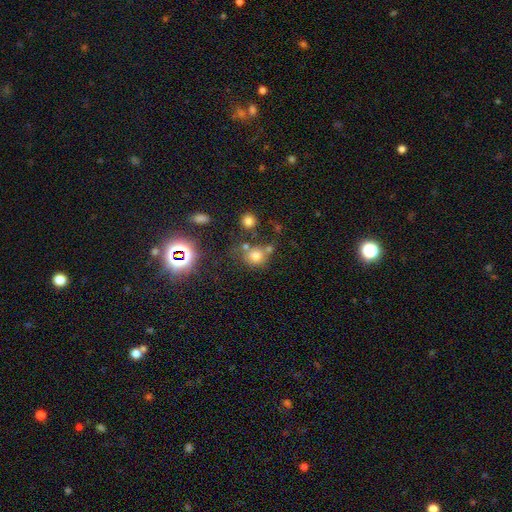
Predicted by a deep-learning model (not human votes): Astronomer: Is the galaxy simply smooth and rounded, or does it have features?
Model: smooth — 70%.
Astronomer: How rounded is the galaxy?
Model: round — 81%.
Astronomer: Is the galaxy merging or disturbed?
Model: none — 55%.